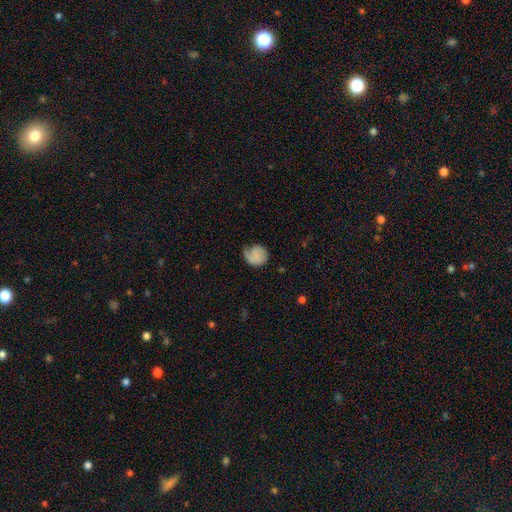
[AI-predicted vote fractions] Smooth or featured? Predicted: smooth (p=0.62). How rounded? Predicted: round (p=0.72). Merging? Predicted: none (p=0.45).